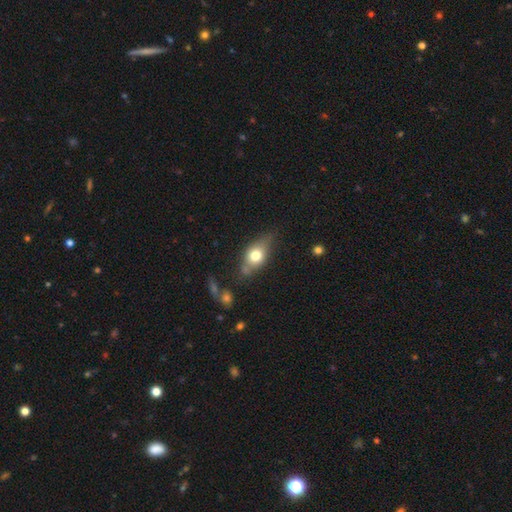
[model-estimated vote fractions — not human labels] A smooth galaxy with no disk features (66%) that is in between round and cigar-shaped (71%). Merging: none (60%).